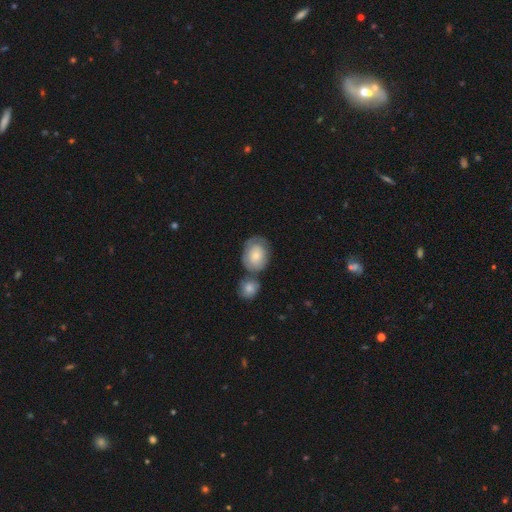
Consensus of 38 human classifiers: Q: Smooth or featured?
A: smooth (74%); runner-up: featured or disk (16%)
Q: How rounded?
A: round (50%); tied with: in between (50%)
Q: Merging?
A: merger (47%); runner-up: none (41%)